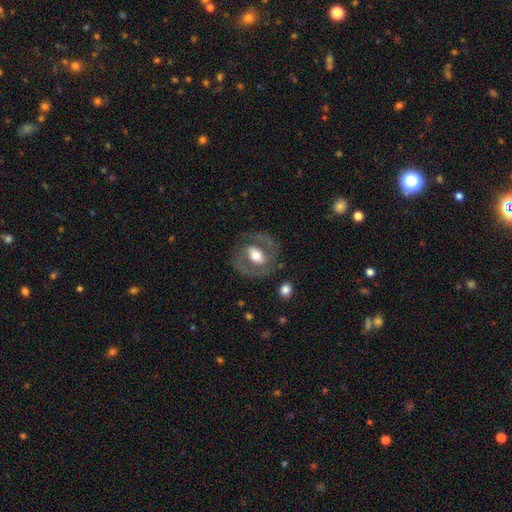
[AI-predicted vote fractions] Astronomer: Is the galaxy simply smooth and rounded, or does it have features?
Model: featured or disk — 70%.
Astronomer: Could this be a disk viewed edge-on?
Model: no — 95%.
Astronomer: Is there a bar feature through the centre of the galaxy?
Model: no — 39% (runner-up: weak, 36%).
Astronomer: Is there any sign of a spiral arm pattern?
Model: yes — 57% (runner-up: no, 43%).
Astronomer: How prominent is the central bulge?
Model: moderate — 66%.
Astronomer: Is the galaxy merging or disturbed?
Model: none — 78%.